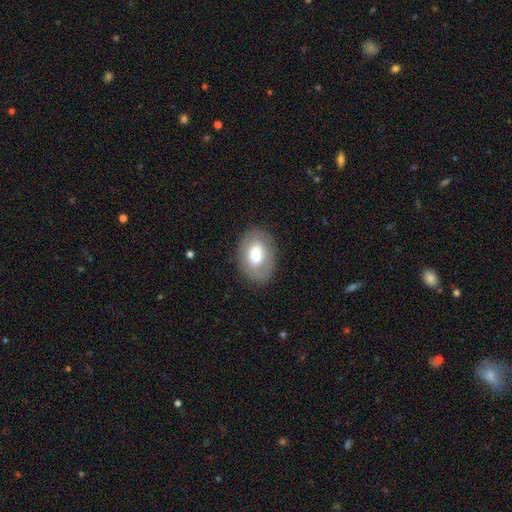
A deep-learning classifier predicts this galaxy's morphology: Smooth or featured? smooth (65%)
How rounded? in between (73%)
Merging? none (83%)